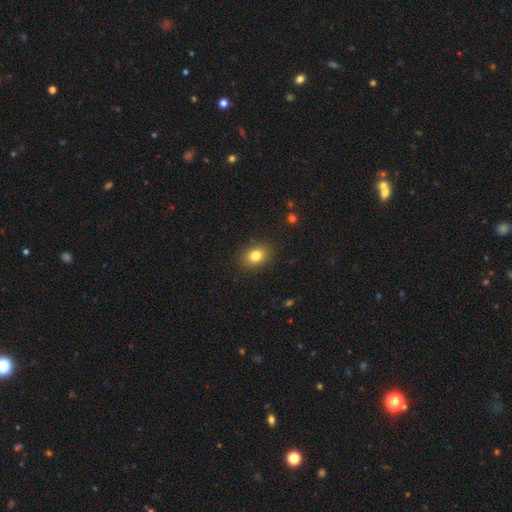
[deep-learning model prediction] This is clearly a smooth galaxy (81%). How rounded: possibly in between (55%). Merging: clearly none (87%).